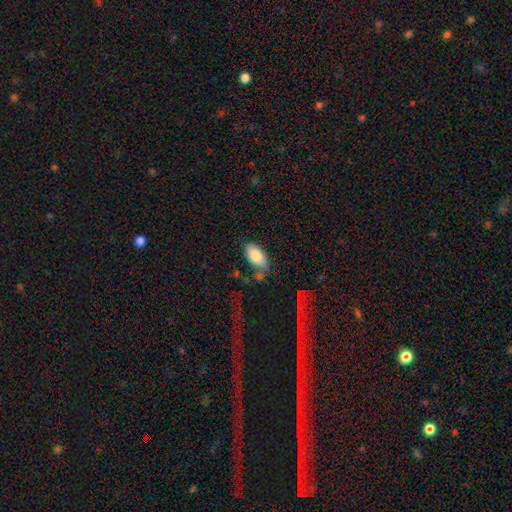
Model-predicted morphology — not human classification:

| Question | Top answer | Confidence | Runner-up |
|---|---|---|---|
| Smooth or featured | smooth | 83% | featured or disk (11%) |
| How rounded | in between | 94% | cigar-shaped (3%) |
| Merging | none | 72% | minor disturbance (18%) |